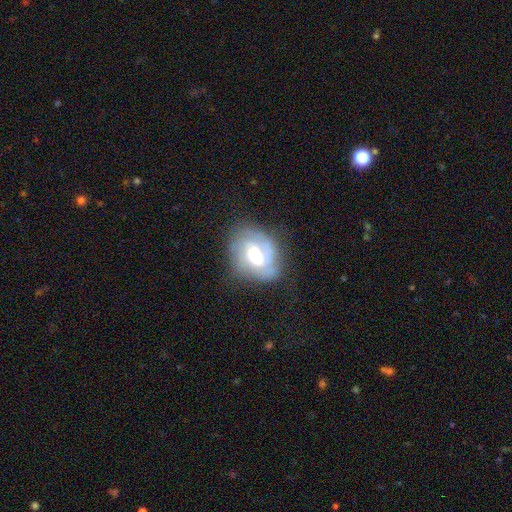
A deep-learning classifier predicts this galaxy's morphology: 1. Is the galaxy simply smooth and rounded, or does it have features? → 56% featured or disk, 36% smooth, 9% star or artifact.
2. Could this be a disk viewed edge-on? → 96% no, 4% yes.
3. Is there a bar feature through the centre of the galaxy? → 47% no, 39% weak, 14% strong.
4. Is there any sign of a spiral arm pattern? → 58% yes, 42% no.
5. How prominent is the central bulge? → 48% moderate, 39% large, 5% small, 4% dominant, 3% none.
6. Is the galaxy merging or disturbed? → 54% none, 28% minor disturbance, 15% major disturbance, 3% merger.